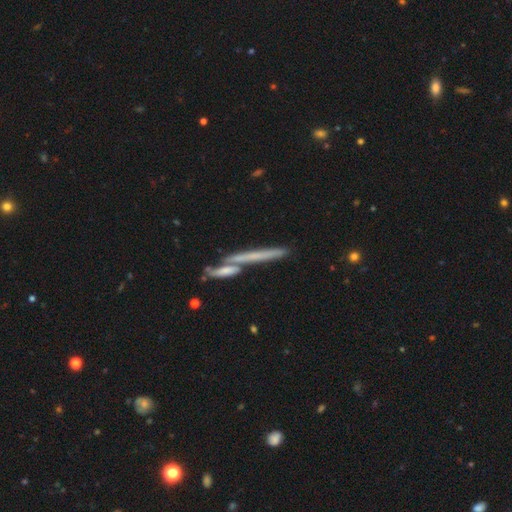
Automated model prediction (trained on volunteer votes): Smooth or featured? Predicted: featured or disk (p=0.52). Edge-on disk? Predicted: yes (p=0.87). Merging? Predicted: none (p=0.56).